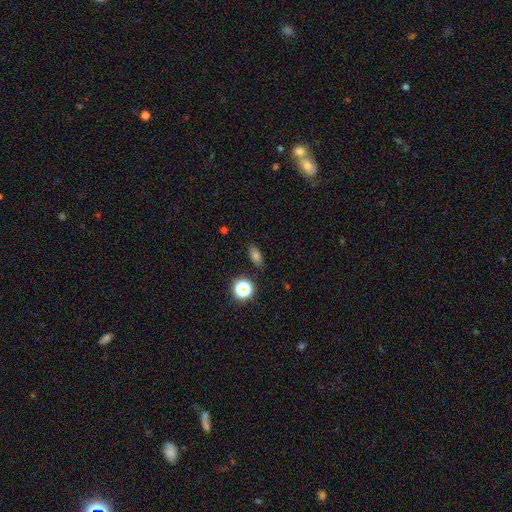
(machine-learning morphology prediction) type=smooth (58%); roundness=in between (73%); merging=none (85%).